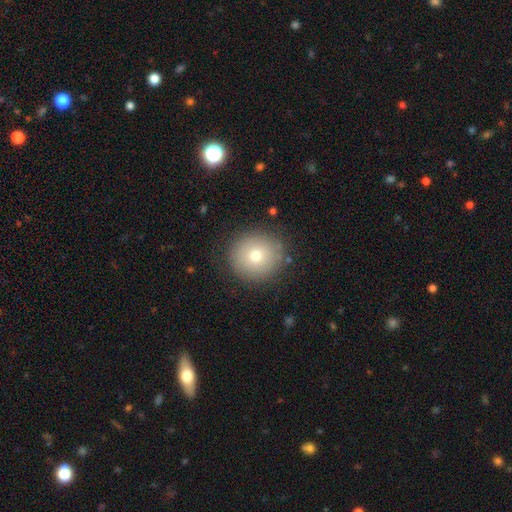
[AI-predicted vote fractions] smooth 74%, featured or disk 14%, star or artifact 12%. Down the decision tree: how rounded — round (94%); merging — none (88%).